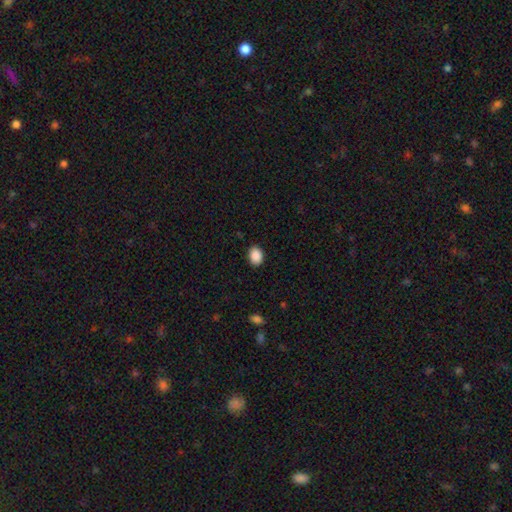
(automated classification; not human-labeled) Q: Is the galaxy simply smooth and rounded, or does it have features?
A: smooth — 90%.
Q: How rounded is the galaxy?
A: in between — 72%.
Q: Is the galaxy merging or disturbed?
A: none — 89%.